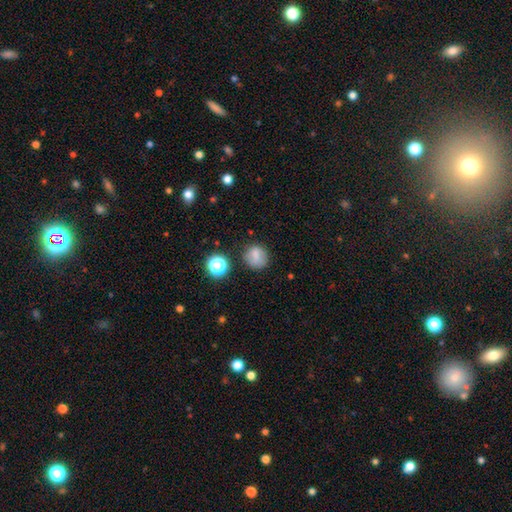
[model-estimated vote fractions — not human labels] This is likely a smooth galaxy (76%). How rounded: likely round (80%). Merging: likely none (77%).